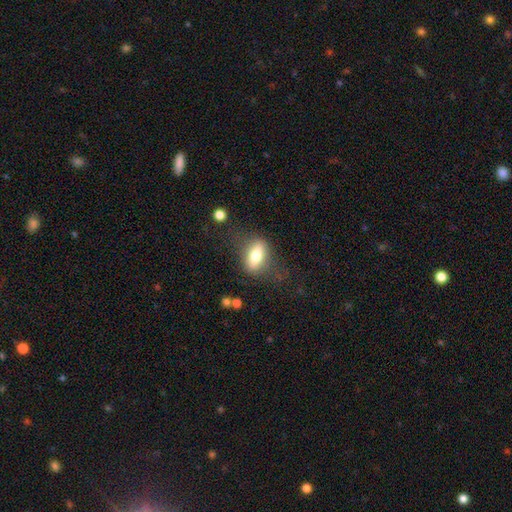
Smooth or featured? 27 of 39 (69%) said smooth. How rounded? 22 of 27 (81%) said in between. Merging? 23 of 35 (66%) said none.